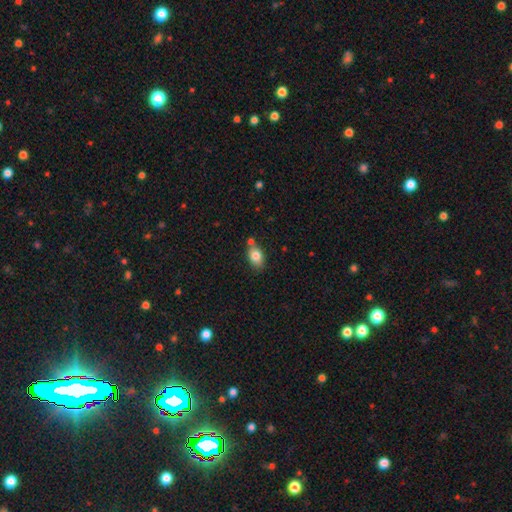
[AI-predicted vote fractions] smooth_or_featured: smooth (p=0.82) [alt: featured or disk p=0.10]
how_rounded: in between (p=0.81) [alt: round p=0.18]
merging: none (p=0.67) [alt: minor disturbance p=0.15]